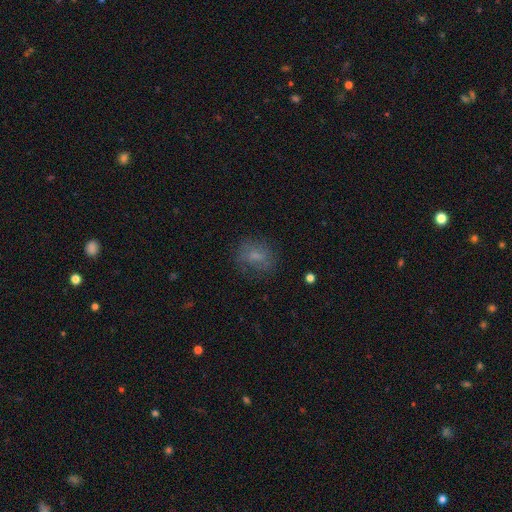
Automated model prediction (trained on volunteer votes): smooth 65%, featured or disk 22%, star or artifact 13%. Down the decision tree: how rounded — round (52%); merging — none (67%).